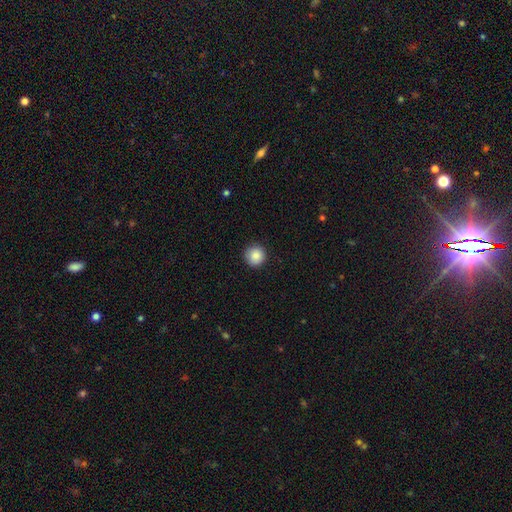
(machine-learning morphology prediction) smooth-or-featured: smooth: 88% | star or artifact: 9% | featured or disk: 4%
  how-rounded: round: 95% | in between: 4% | cigar-shaped: 1%
  merging: none: 91% | minor disturbance: 6% | major disturbance: 2% | merger: 1%